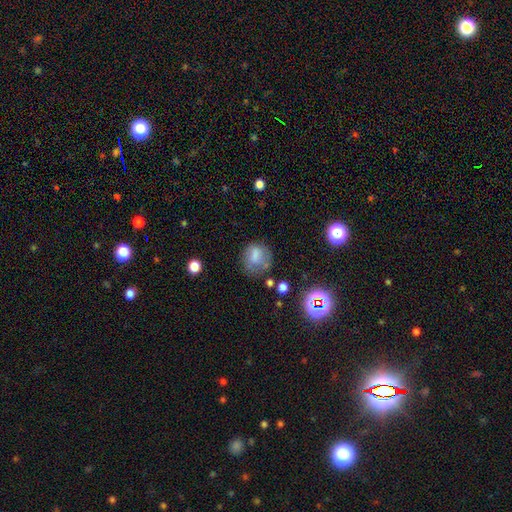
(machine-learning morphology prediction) type=smooth (68%); roundness=round (70%); merging=none (53%).